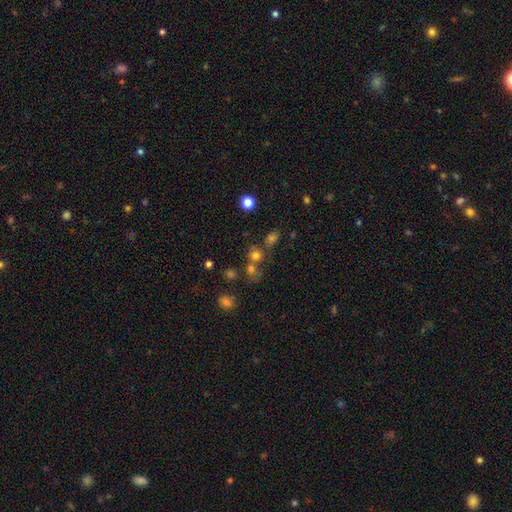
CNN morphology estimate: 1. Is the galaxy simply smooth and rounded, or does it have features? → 68% smooth, 22% star or artifact, 10% featured or disk.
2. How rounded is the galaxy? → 83% round, 16% in between, 1% cigar-shaped.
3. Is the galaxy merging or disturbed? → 57% none, 29% merger, 9% minor disturbance, 4% major disturbance.